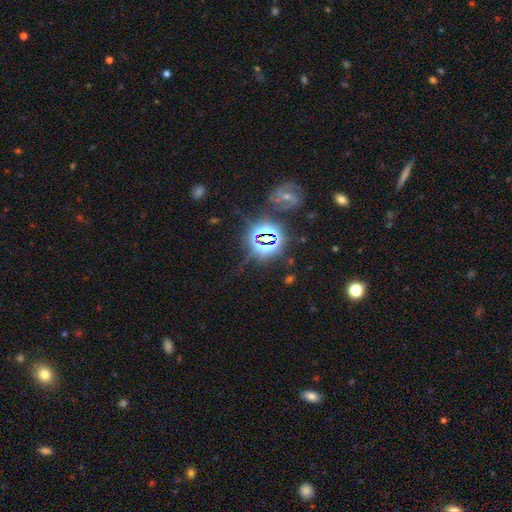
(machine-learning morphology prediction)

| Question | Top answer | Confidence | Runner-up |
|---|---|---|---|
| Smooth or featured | star or artifact | 76% | smooth (14%) |